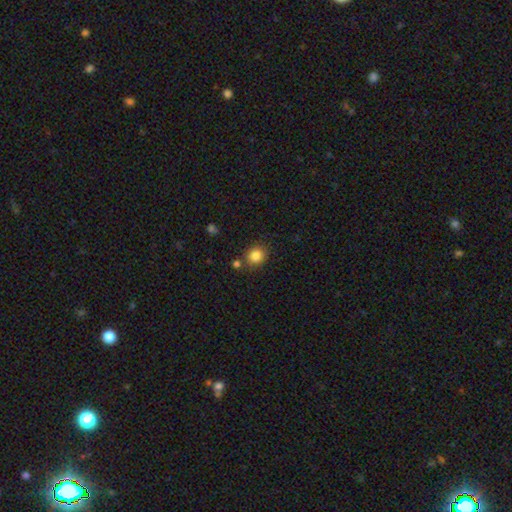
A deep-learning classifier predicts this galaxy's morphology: type=smooth (84%); roundness=round (78%); merging=none (79%).